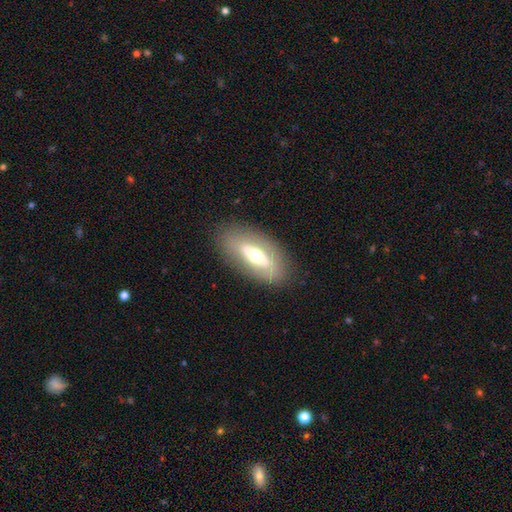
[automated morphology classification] Smooth or featured? featured or disk (50%)
Edge-on disk? no (73%)
Merging? none (83%)